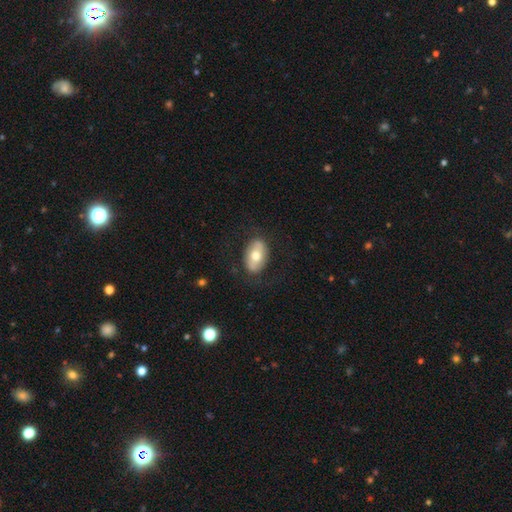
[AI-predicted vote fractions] The model was most divided on "smooth or featured": smooth: 57%, featured or disk: 36%, star or artifact: 7%. More confident: how rounded — in between (89%); merging — none (79%).